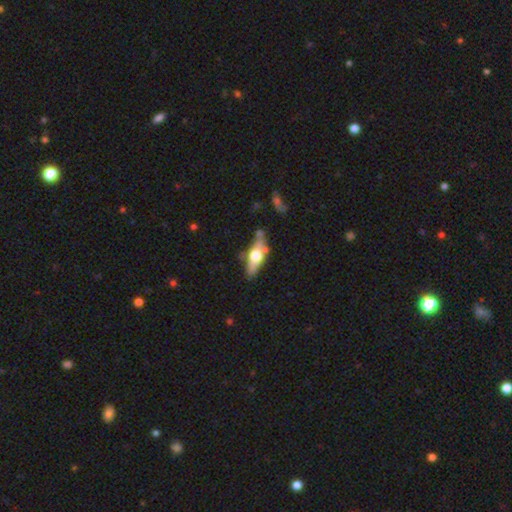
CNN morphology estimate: This appears to be a featured or disk galaxy (61%) viewed edge-on (87%) with a rounded central bulge (94%). Merging: none (67%).